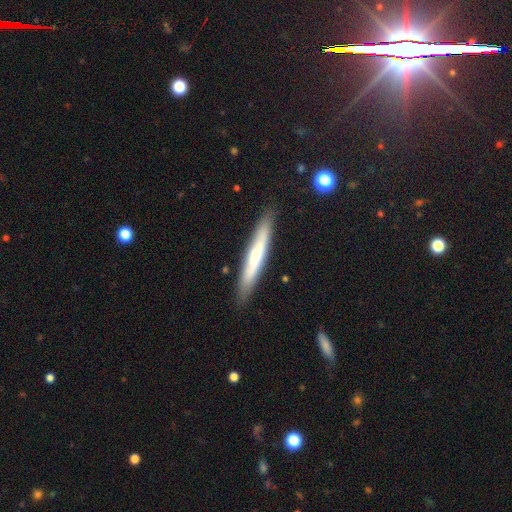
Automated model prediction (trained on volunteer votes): The model was most divided on "smooth or featured": smooth: 52%, featured or disk: 42%, star or artifact: 6%. More confident: how rounded — cigar-shaped (93%); merging — none (88%).